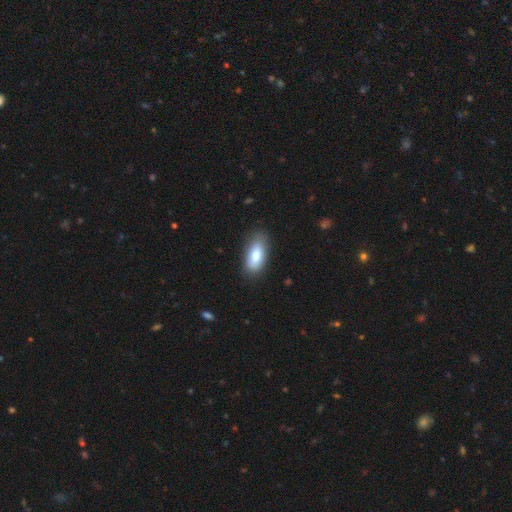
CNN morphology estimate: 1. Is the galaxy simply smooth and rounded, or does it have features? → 79% smooth, 14% featured or disk, 6% star or artifact.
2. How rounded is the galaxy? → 85% in between, 12% cigar-shaped, 3% round.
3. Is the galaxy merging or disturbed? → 81% none, 14% minor disturbance, 3% major disturbance, 1% merger.